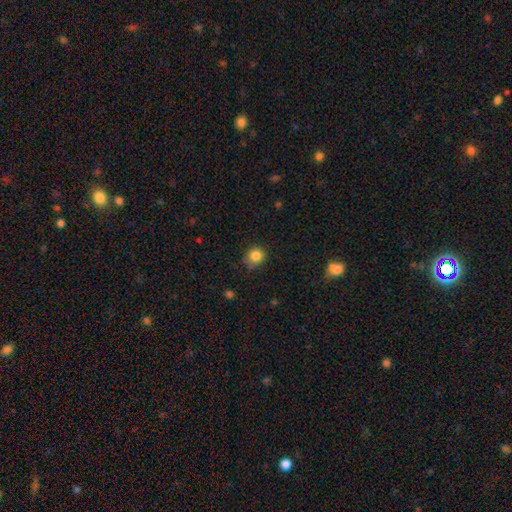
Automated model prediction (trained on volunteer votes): This appears to be a smooth galaxy with no disk features (83%) that is round (81%). Merging: none (72%).